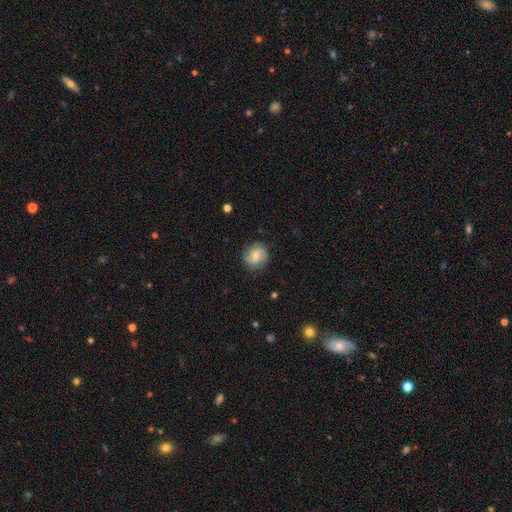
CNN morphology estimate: A featured or disk galaxy (53%) with no bar (62%), spiral arms (90%) and a moderate central bulge (49%). Merging: none (80%).